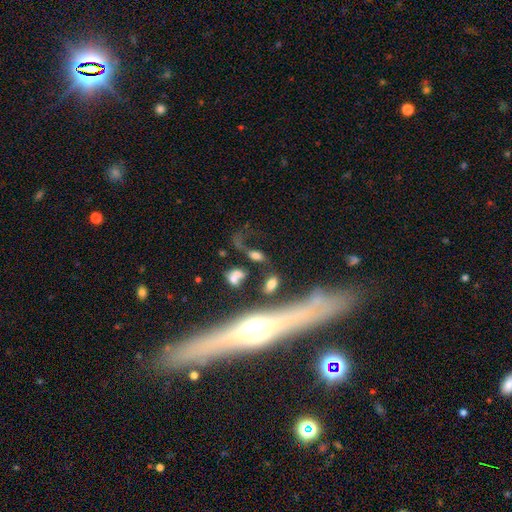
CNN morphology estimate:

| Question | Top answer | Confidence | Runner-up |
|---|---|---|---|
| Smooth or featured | smooth | 54% | featured or disk (32%) |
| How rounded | in between | 80% | round (13%) |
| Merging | none | 36% | major disturbance (30%) |